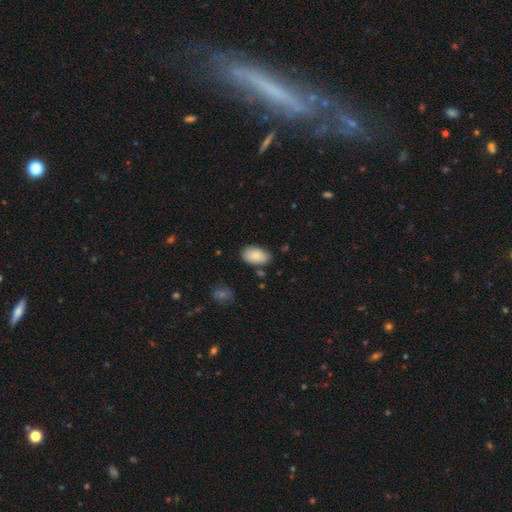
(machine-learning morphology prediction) This appears to be a smooth galaxy with no disk features (85%) that is in between round and cigar-shaped (92%). Merging: none (77%).